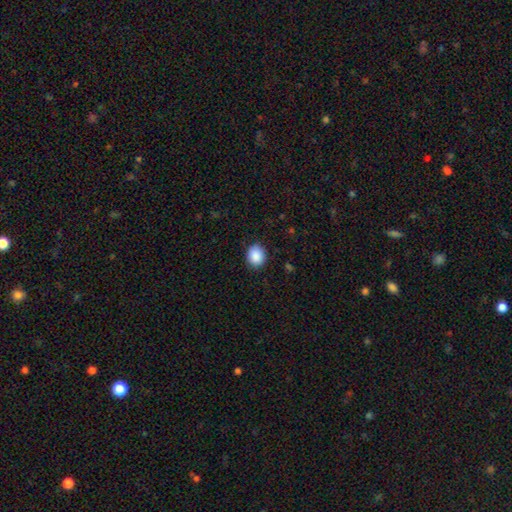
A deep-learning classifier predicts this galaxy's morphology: A smooth galaxy with no disk features (89%) that is round (59%).

Vote fractions:
- Smooth or featured? smooth: 89% / star or artifact: 8% / featured or disk: 3%
- How rounded? round: 59% / in between: 40% / cigar-shaped: 1%
- Merging? none: 86% / minor disturbance: 10% / major disturbance: 2% / merger: 1%